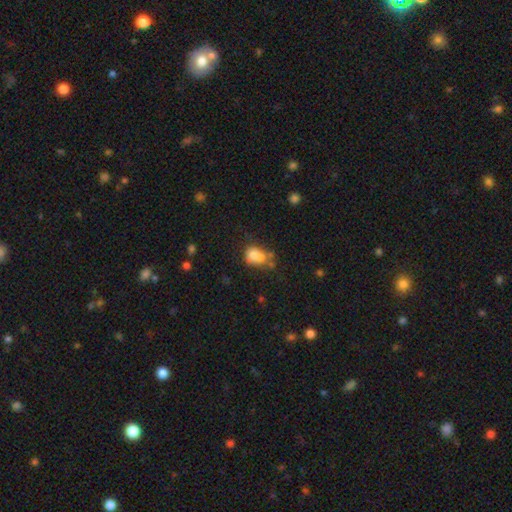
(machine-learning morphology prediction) Smooth or featured? smooth (74%)
How rounded? in between (64%)
Merging? none (33%)